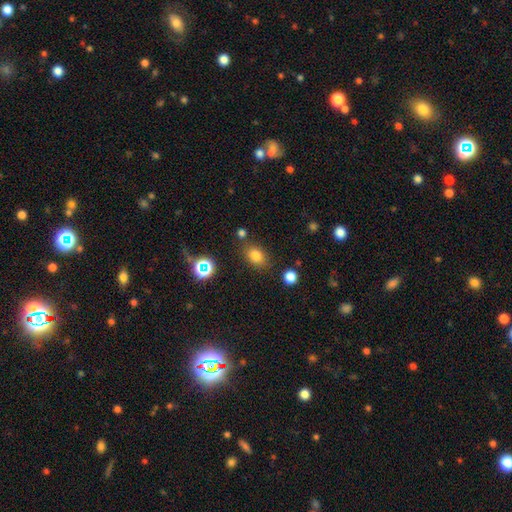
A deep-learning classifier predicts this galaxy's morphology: type=smooth (78%); roundness=in between (68%); merging=none (77%).